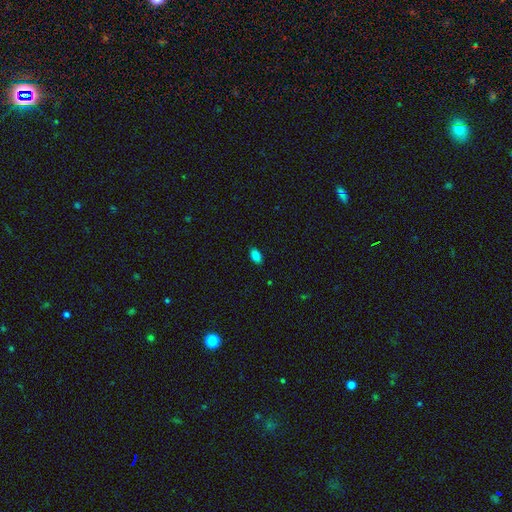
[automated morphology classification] Smooth or featured? smooth (84%)
How rounded? in between (91%)
Merging? none (88%)